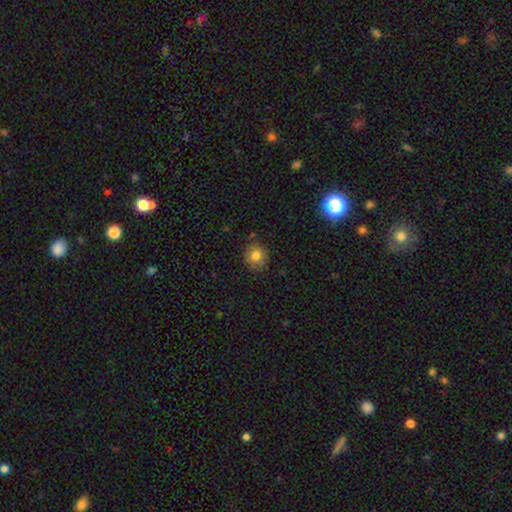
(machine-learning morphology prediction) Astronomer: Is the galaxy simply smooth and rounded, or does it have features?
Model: smooth — 79%.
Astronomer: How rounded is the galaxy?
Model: round — 85%.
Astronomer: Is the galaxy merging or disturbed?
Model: none — 85%.